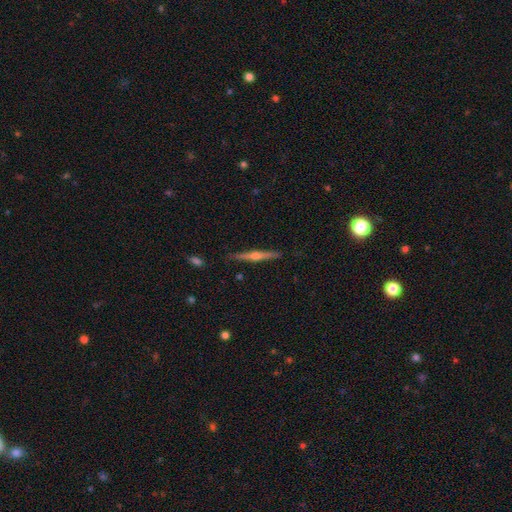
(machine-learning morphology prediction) type=featured or disk (75%); edge-on=yes (98%); edge-on bulge=rounded (88%); merging=none (91%).